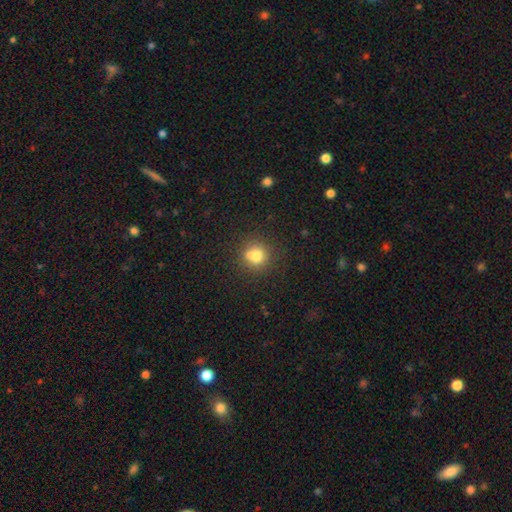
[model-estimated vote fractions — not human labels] This appears to be a smooth galaxy with no disk features (76%) that is round (89%). Merging: none (66%).